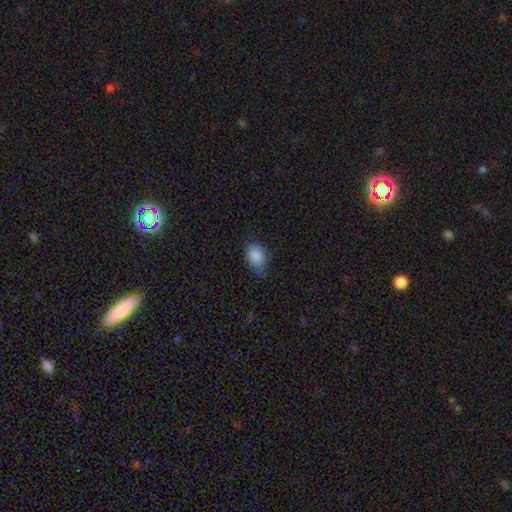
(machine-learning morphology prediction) smooth_or_featured: smooth (p=0.86) [alt: star or artifact p=0.08]
how_rounded: in between (p=0.83) [alt: round p=0.15]
merging: none (p=0.53) [alt: minor disturbance p=0.38]